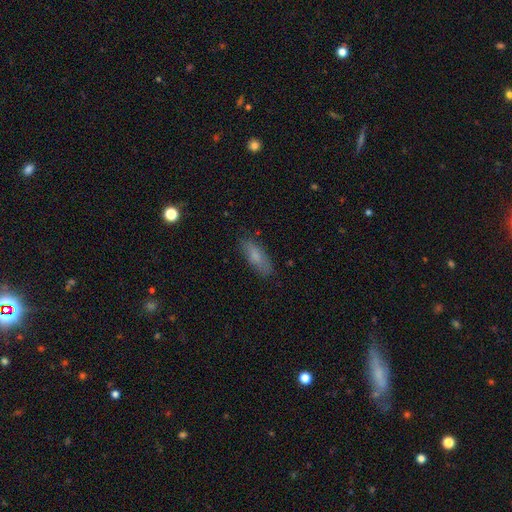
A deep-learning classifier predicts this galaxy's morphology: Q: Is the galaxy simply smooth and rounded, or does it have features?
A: smooth — 77%.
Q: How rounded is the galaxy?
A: in between — 56%.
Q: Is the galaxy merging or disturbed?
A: none — 80%.